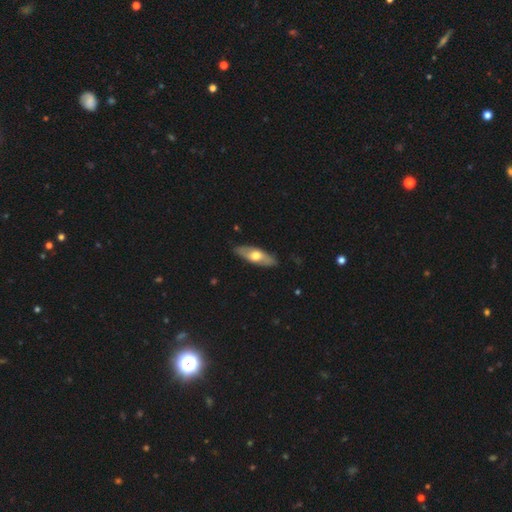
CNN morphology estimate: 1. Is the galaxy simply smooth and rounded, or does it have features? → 49% smooth, 46% featured or disk, 5% star or artifact.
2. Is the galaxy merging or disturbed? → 86% none, 11% minor disturbance, 2% major disturbance, 1% merger.